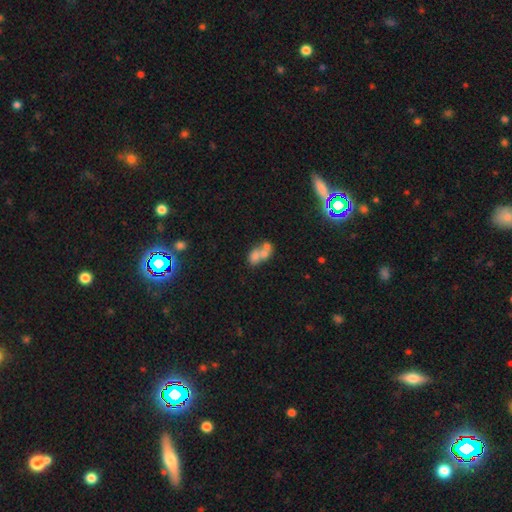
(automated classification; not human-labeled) The model was most divided on "how rounded": in between: 60%, round: 37%, cigar-shaped: 3%. More confident: merging — merger (65%); smooth or featured — smooth (54%).